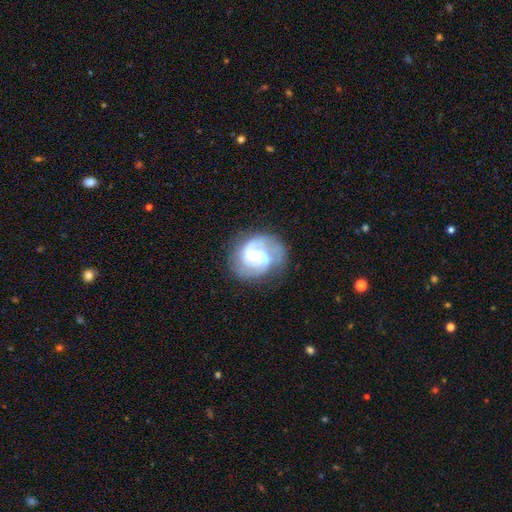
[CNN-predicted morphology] A featured or disk galaxy (83%) with a weak bar (50%), 2 (65%) medium (48%) spiral arms (96%) and a small central bulge (47%).

Vote fractions:
- Smooth or featured? featured or disk: 83% / smooth: 12% / star or artifact: 6%
- Edge-on disk? no: 98% / yes: 2%
- Bar? weak: 50% / no: 34% / strong: 16%
- Spiral arms? yes: 96% / no: 4%
- Spiral winding? medium: 48% / tight: 34% / loose: 17%
- Spiral arm count? 2: 65% / 3: 13% / can't tell: 12% / 1: 5% / 4: 3% / more than 4: 3%
- Bulge size? small: 47% / moderate: 30% / none: 13% / large: 9% / dominant: 2%
- Merging? none: 68% / minor disturbance: 18% / major disturbance: 12% / merger: 2%